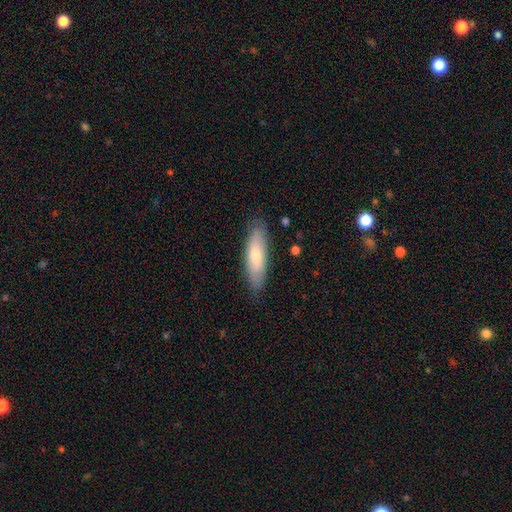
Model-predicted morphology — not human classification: The model was most divided on "how rounded": cigar-shaped: 52%, in between: 46%, round: 2%. More confident: merging — none (84%); smooth or featured — smooth (64%).